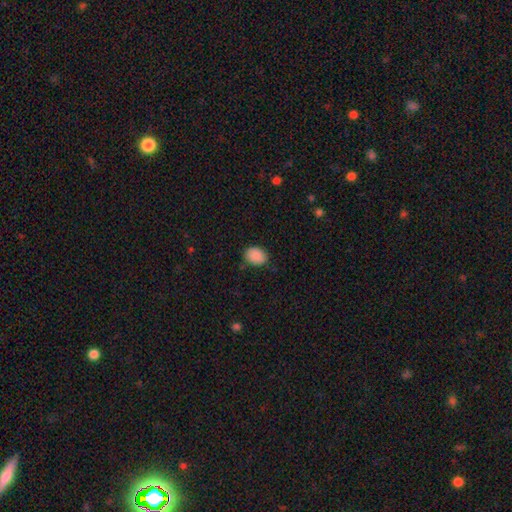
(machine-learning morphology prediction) Smooth or featured: smooth — 89% (star or artifact — 8%)
How rounded: in between — 62% (round — 37%)
Merging: none — 77% (minor disturbance — 18%)